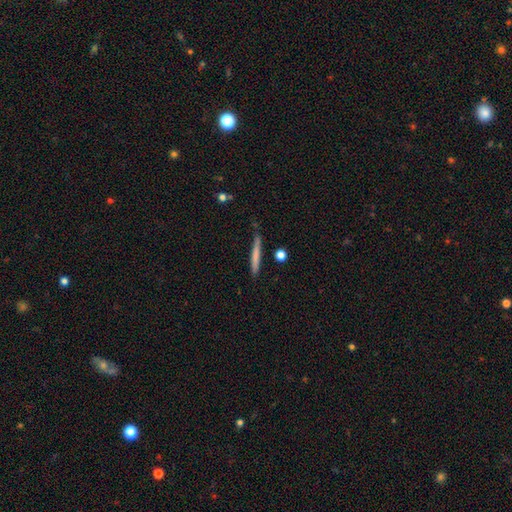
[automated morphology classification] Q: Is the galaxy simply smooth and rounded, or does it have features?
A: smooth — 70%.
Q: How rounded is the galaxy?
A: cigar-shaped — 96%.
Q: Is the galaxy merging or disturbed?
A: none — 81%.